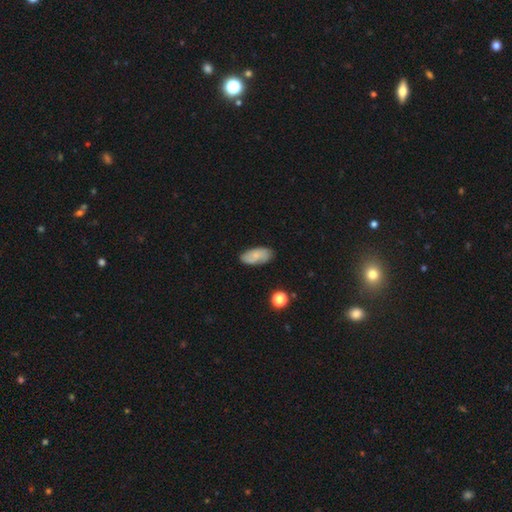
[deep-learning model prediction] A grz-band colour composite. It shows a smooth galaxy with no disk features (68%) that is in between round and cigar-shaped (91%). Merging: none (79%).